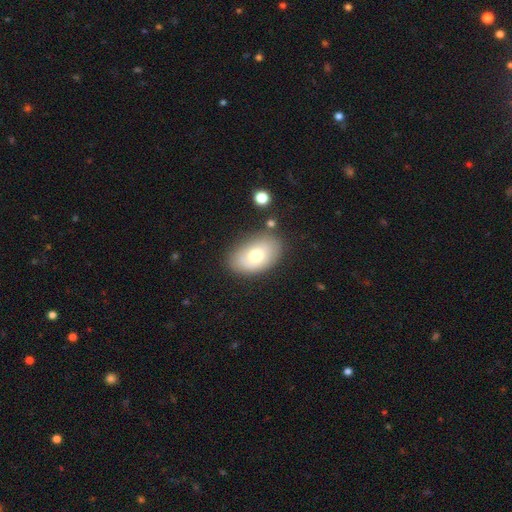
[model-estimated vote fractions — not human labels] A smooth galaxy with no disk features (68%) that is in between round and cigar-shaped (89%). Merging: none (76%).